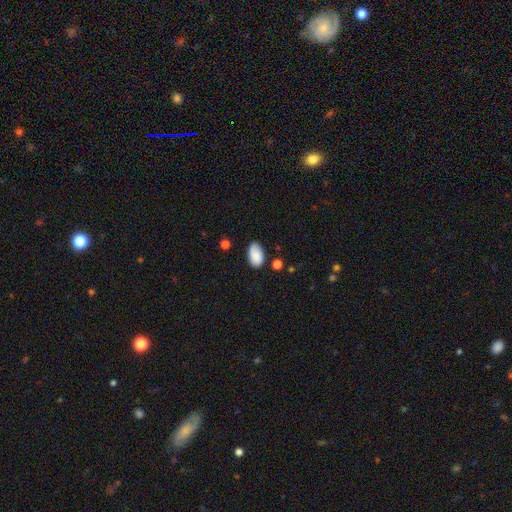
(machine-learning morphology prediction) type=smooth (85%); roundness=in between (93%); merging=none (66%).